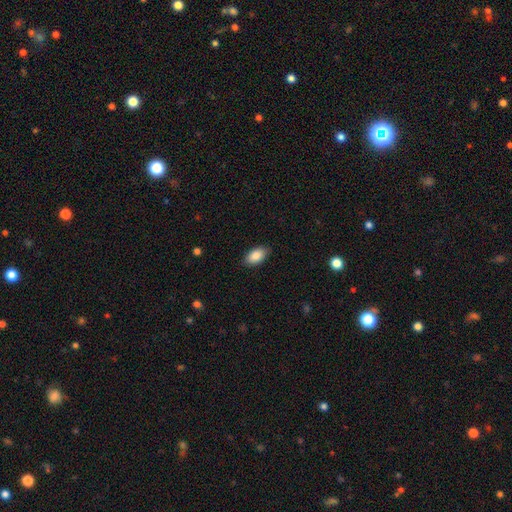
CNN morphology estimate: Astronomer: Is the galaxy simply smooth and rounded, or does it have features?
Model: smooth — 87%.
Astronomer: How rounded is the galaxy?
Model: in between — 94%.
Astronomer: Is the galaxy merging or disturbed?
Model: none — 86%.